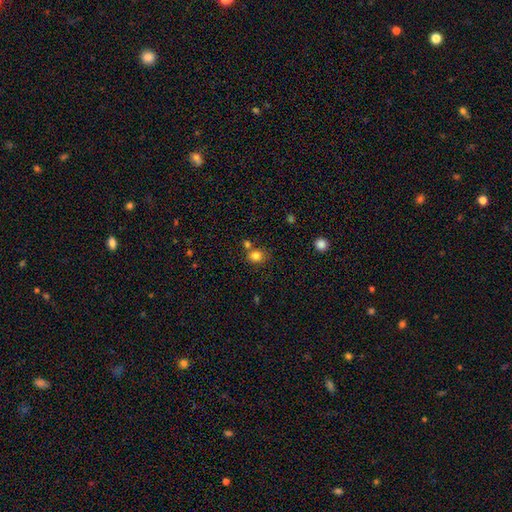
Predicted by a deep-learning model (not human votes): A smooth galaxy with no disk features (82%) that is round (78%). Merging: none (67%).